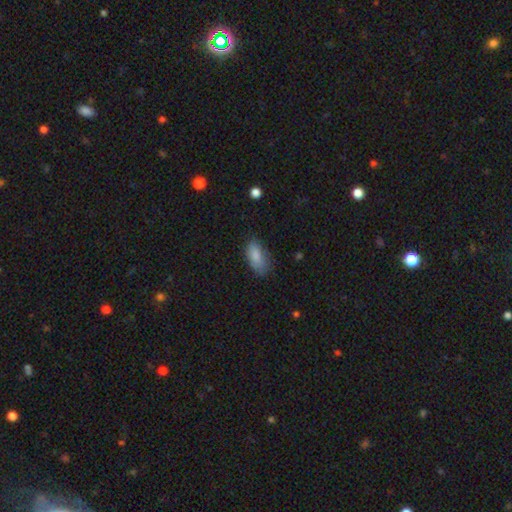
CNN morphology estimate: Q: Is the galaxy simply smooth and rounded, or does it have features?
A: smooth — 85%.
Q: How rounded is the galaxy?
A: in between — 88%.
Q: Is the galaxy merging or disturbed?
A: none — 67%.